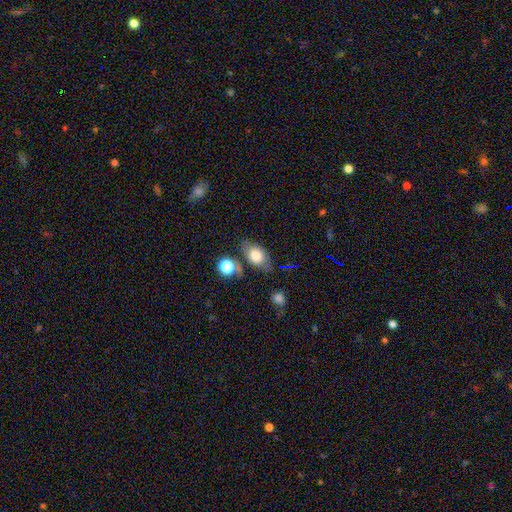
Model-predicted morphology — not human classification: Smooth or featured: smooth — 71% (featured or disk — 20%)
How rounded: in between — 84% (round — 13%)
Merging: none — 68% (minor disturbance — 18%)